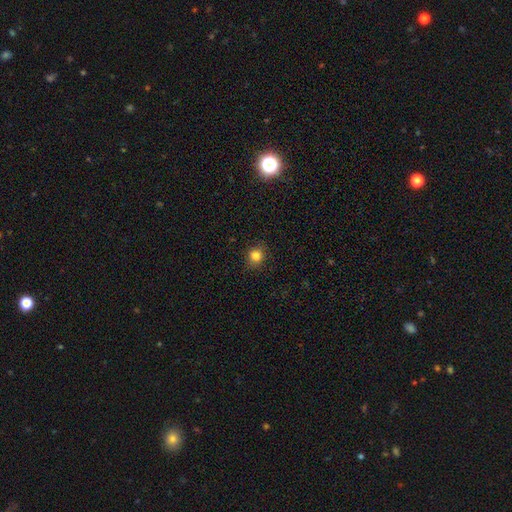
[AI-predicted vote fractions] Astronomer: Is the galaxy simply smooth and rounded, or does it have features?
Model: smooth — 82%.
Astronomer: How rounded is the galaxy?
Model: round — 82%.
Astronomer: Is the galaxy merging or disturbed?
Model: none — 86%.